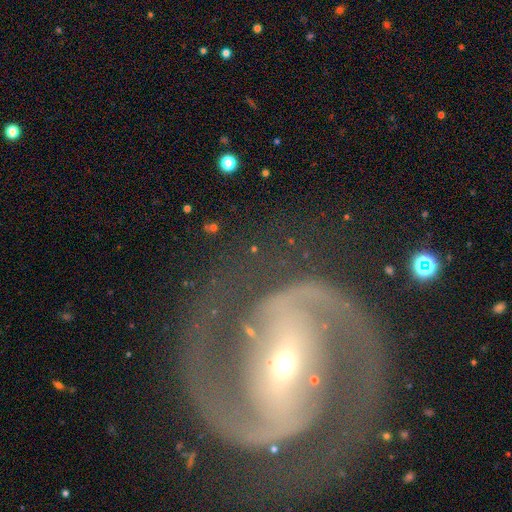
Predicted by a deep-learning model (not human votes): Smooth or featured? featured or disk (93%)
Edge-on disk? no (98%)
Bar? strong (57%)
Spiral arms? yes (98%)
Spiral winding? medium (61%)
Spiral arm count? 2 (94%)
Bulge size? small (72%)
Merging? none (81%)